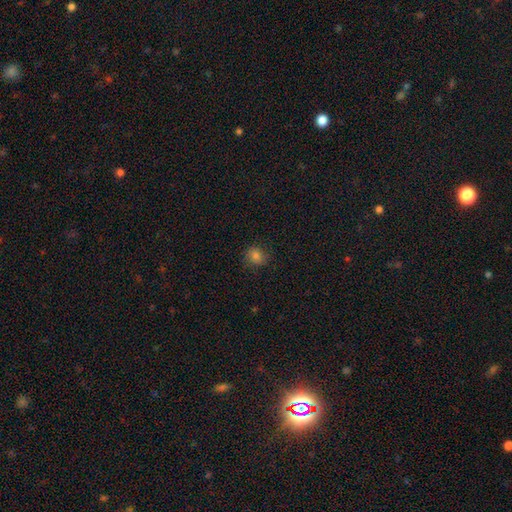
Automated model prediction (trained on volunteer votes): This appears to be a smooth galaxy with no disk features (80%) that is round (76%). Merging: none (82%).